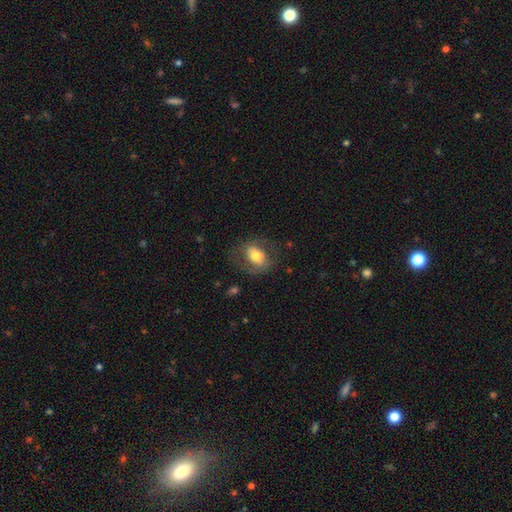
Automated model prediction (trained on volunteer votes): A smooth galaxy with no disk features (59%) that is in between round and cigar-shaped (75%).

Vote fractions:
- Smooth or featured? smooth: 59% / featured or disk: 34% / star or artifact: 7%
- How rounded? in between: 75% / round: 23% / cigar-shaped: 2%
- Merging? none: 65% / minor disturbance: 19% / major disturbance: 14% / merger: 2%